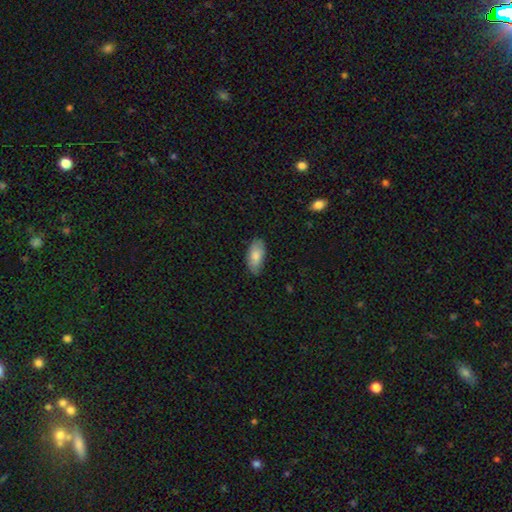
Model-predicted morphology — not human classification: Smooth or featured: smooth — 82% (featured or disk — 12%)
How rounded: in between — 90% (cigar-shaped — 7%)
Merging: none — 80% (minor disturbance — 16%)